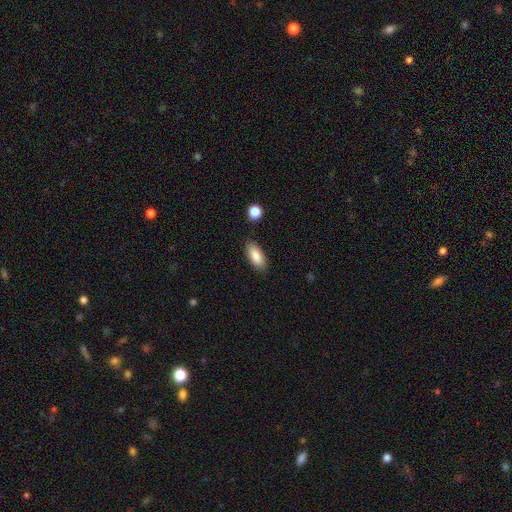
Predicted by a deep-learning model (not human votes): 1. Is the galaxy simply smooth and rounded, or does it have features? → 86% smooth, 7% featured or disk, 7% star or artifact.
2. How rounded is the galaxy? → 86% in between, 12% cigar-shaped, 2% round.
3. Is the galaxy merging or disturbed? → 86% none, 10% minor disturbance, 2% major disturbance, 2% merger.